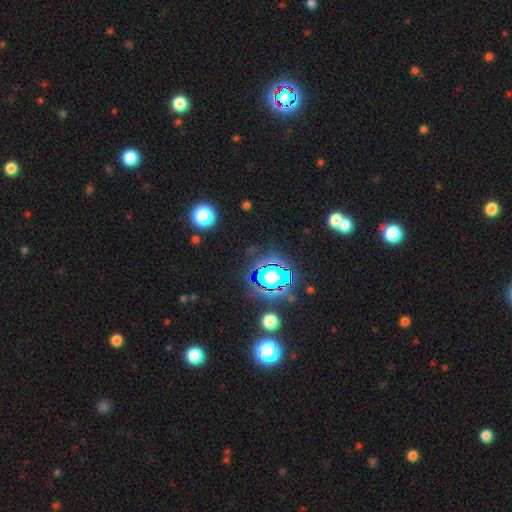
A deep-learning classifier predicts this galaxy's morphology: A star or artifact, not a galaxy (81%).

Vote fractions:
- Smooth or featured? star or artifact: 81% / smooth: 12% / featured or disk: 8%